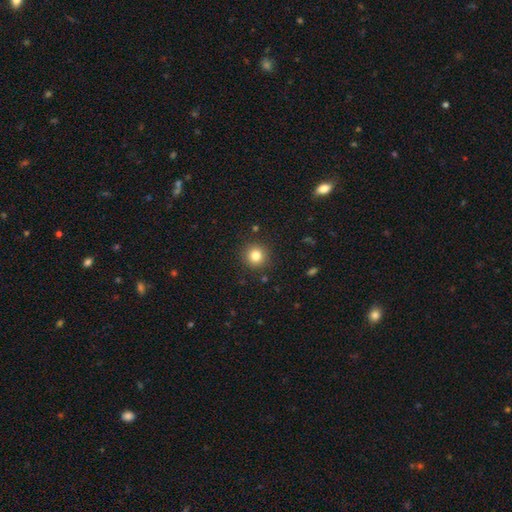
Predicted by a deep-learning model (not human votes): Smooth or featured?
  - smooth: 82% *
  - star or artifact: 12%
  - featured or disk: 6%
How rounded?
  - round: 93% *
  - in between: 6%
  - cigar-shaped: 1%
Merging?
  - none: 90% *
  - minor disturbance: 6%
  - major disturbance: 2%
  - merger: 1%